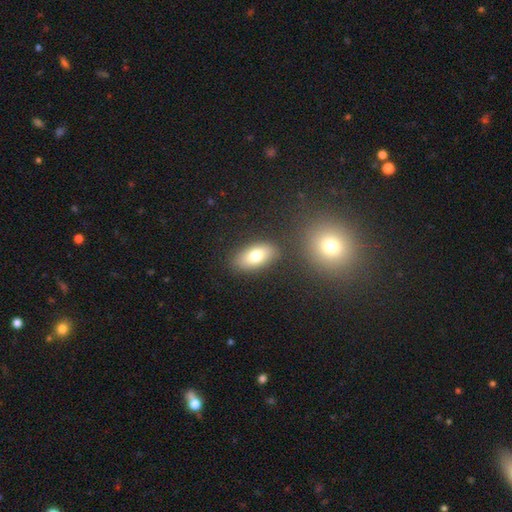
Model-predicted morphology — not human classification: smooth-or-featured: smooth: 76% | featured or disk: 15% | star or artifact: 9%
  how-rounded: in between: 89% | round: 6% | cigar-shaped: 5%
  merging: none: 82% | minor disturbance: 10% | merger: 5% | major disturbance: 3%